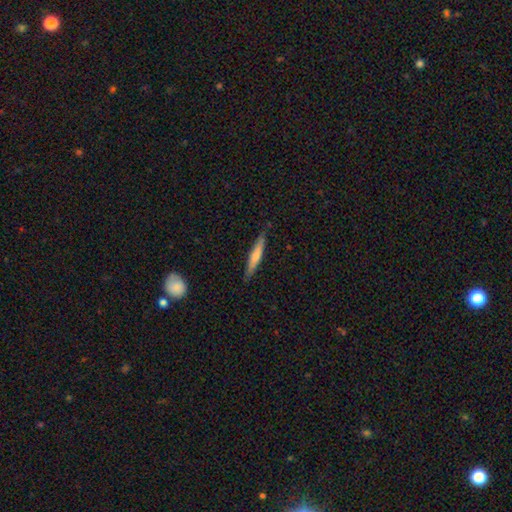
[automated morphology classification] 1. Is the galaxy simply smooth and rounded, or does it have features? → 62% smooth, 32% featured or disk, 5% star or artifact.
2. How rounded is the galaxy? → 92% cigar-shaped, 6% in between, 1% round.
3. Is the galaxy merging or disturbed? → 87% none, 10% minor disturbance, 2% major disturbance, 1% merger.